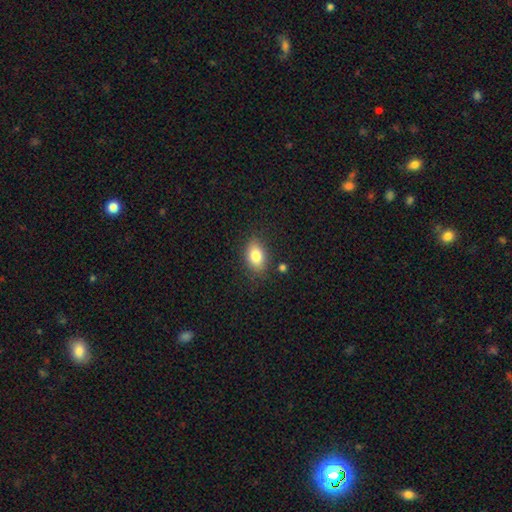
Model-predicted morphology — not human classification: type=smooth (82%); roundness=in between (84%); merging=none (82%).